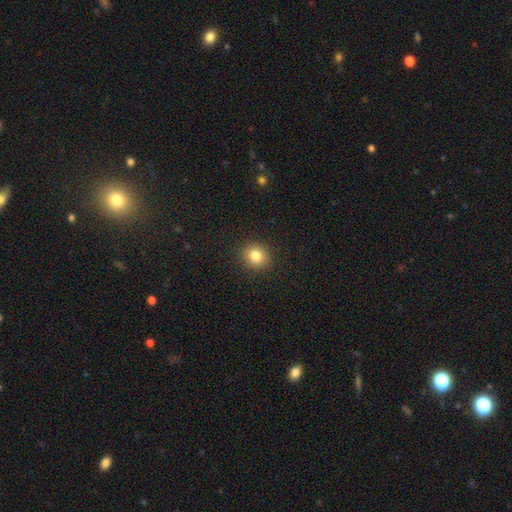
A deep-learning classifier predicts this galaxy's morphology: Overall: smooth (83%). How rounded: round (80%). Merging: none (91%).